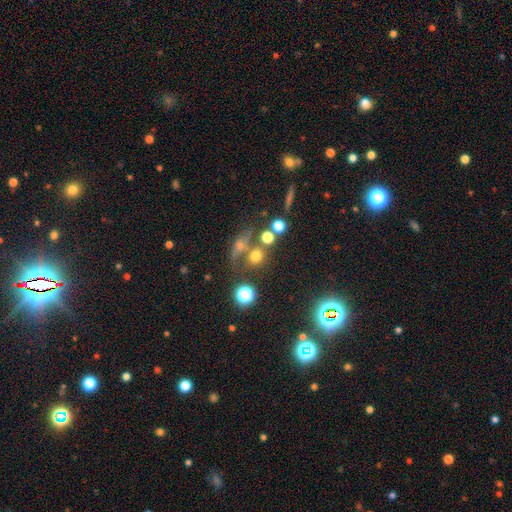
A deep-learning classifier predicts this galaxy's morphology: smooth-or-featured: smooth: 64% | star or artifact: 21% | featured or disk: 14%
  how-rounded: round: 79% | in between: 19% | cigar-shaped: 2%
  merging: none: 52% | merger: 31% | minor disturbance: 10% | major disturbance: 7%